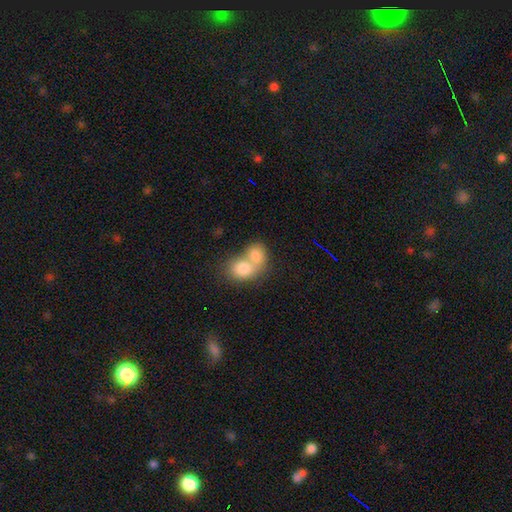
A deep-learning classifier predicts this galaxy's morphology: This appears to be a smooth galaxy with no disk features (77%) that is in between round and cigar-shaped (51%). Merging: merger (74%).